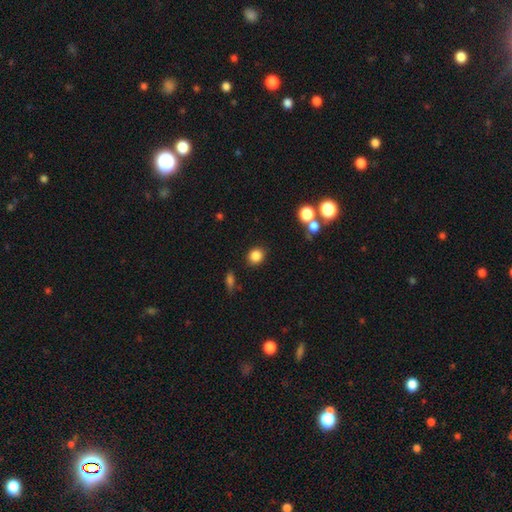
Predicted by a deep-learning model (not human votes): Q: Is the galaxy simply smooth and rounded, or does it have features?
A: smooth — 85%.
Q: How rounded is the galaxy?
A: round — 79%.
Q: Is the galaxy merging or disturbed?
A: none — 86%.